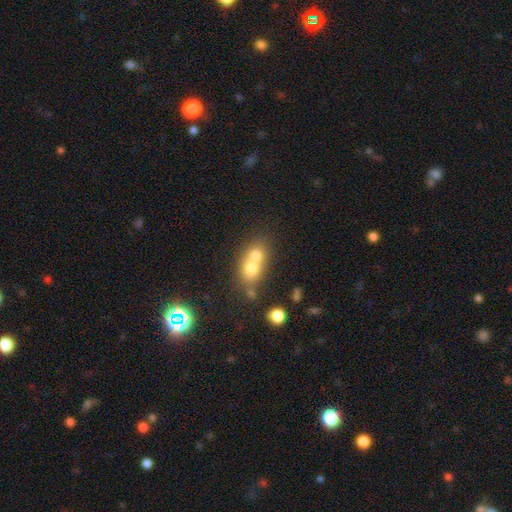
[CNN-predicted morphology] Overall: smooth (67%). How rounded: in between (49%; round 48%). Merging: merger (69%).